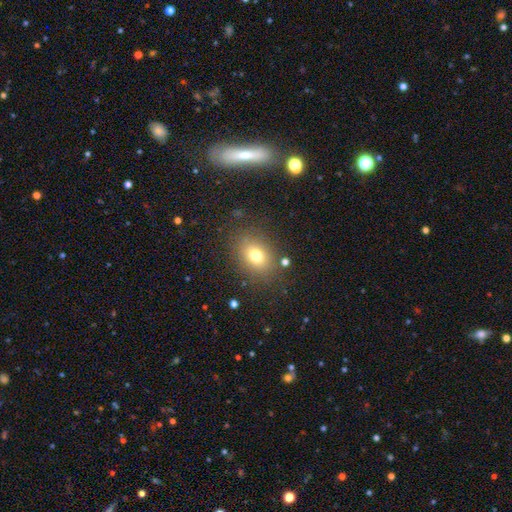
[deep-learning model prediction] smooth_or_featured: smooth (p=0.74) [alt: star or artifact p=0.14]
how_rounded: in between (p=0.60) [alt: round p=0.39]
merging: none (p=0.82) [alt: minor disturbance p=0.11]